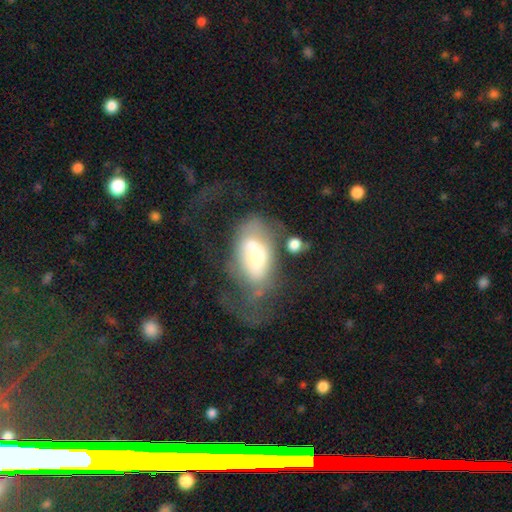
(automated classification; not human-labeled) The model was most divided on "smooth or featured": featured or disk: 46%, smooth: 45%, star or artifact: 9%. Remaining: merging — major disturbance (42%).